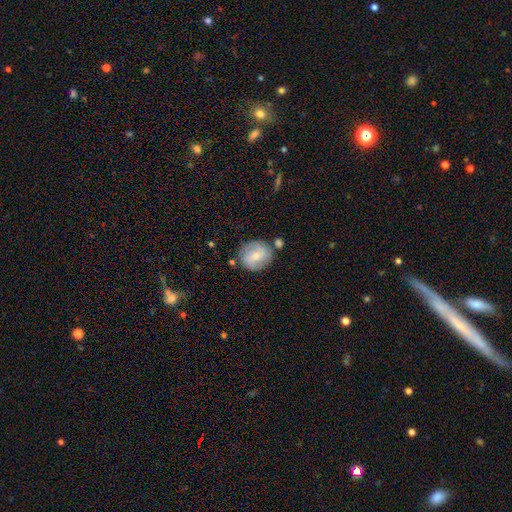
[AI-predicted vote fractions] smooth 50%, featured or disk 42%, star or artifact 7%. Down the decision tree: how rounded — round (74%); merging — none (70%).